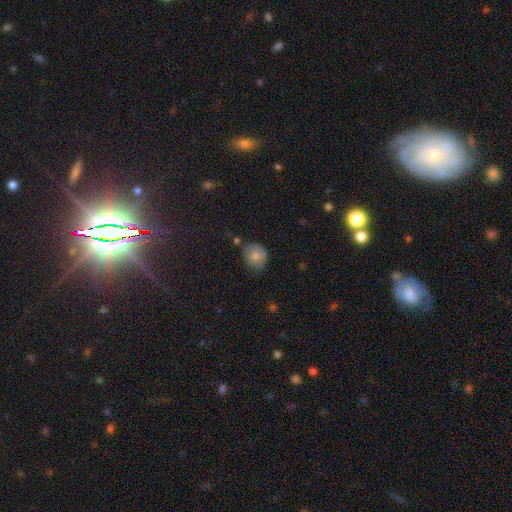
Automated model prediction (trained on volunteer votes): smooth 79%, featured or disk 12%, star or artifact 9%. Down the decision tree: how rounded — round (71%); merging — none (61%).